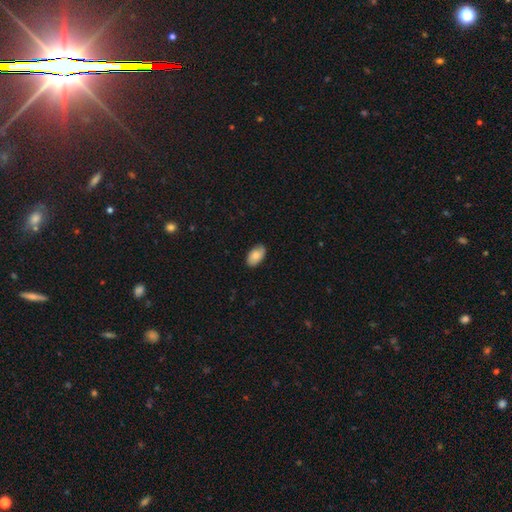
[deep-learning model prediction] Q: Smooth or featured?
A: smooth (82%); runner-up: featured or disk (12%)
Q: How rounded?
A: in between (95%); runner-up: round (4%)
Q: Merging?
A: none (85%); runner-up: minor disturbance (12%)